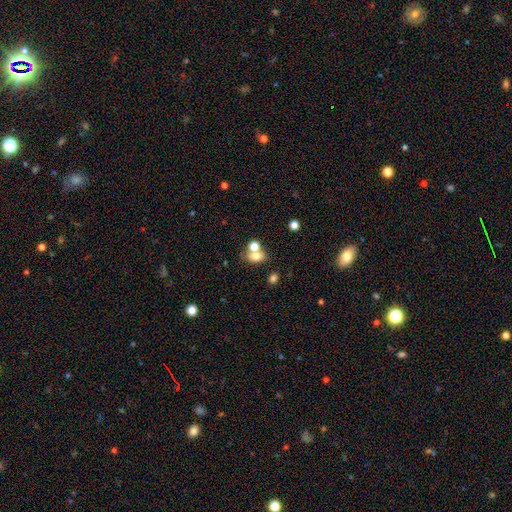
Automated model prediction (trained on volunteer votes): smooth-or-featured: smooth: 74% | featured or disk: 13% | star or artifact: 13%
  how-rounded: in between: 69% | round: 29% | cigar-shaped: 2%
  merging: none: 45% | merger: 40% | minor disturbance: 10% | major disturbance: 5%